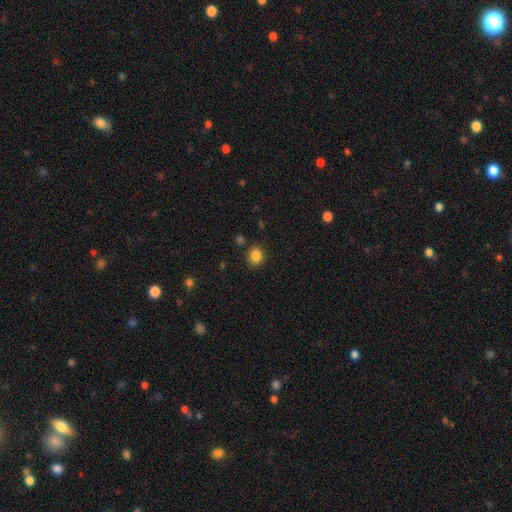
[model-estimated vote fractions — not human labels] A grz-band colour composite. It shows a smooth galaxy with no disk features (85%) that is round (69%). Merging: none (84%).